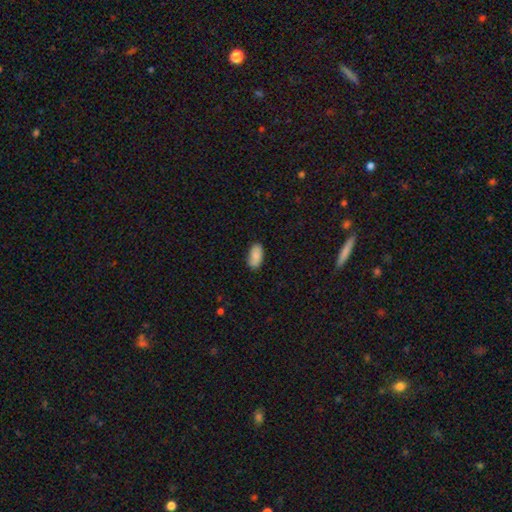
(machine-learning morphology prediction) Smooth or featured?
  - smooth: 87% *
  - star or artifact: 7%
  - featured or disk: 6%
How rounded?
  - in between: 93% *
  - cigar-shaped: 4%
  - round: 3%
Merging?
  - none: 79% *
  - minor disturbance: 16%
  - major disturbance: 3%
  - merger: 2%